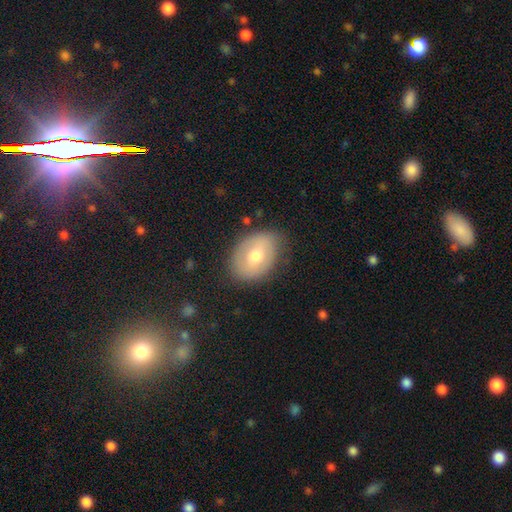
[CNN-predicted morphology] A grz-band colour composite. It shows a smooth galaxy with no disk features (61%) that is in between round and cigar-shaped (74%). Merging: none (77%).